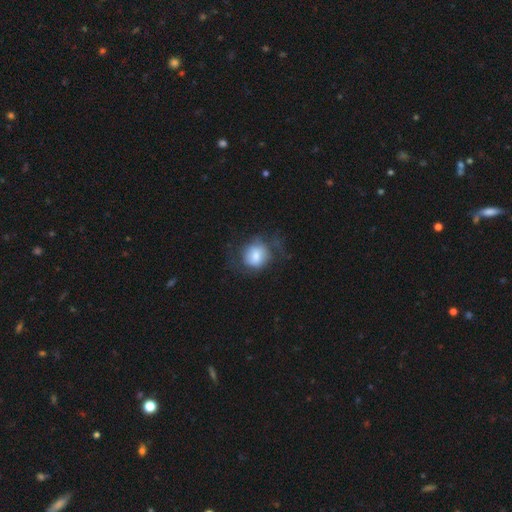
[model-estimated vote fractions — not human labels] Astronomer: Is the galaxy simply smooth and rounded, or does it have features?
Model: smooth — 66%.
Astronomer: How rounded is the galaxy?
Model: round — 77%.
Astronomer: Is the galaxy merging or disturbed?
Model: none — 51%.